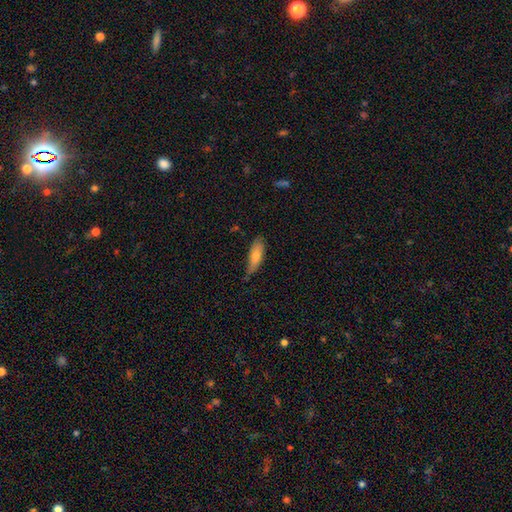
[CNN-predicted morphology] Smooth or featured: smooth — 77% (featured or disk — 17%)
How rounded: in between — 59% (cigar-shaped — 39%)
Merging: none — 53% (minor disturbance — 37%)